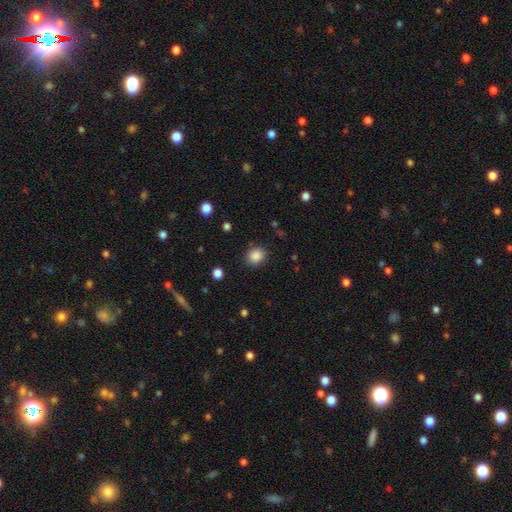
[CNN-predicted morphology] Overall: smooth (87%). How rounded: round (68%; in between 31%). Merging: none (87%).